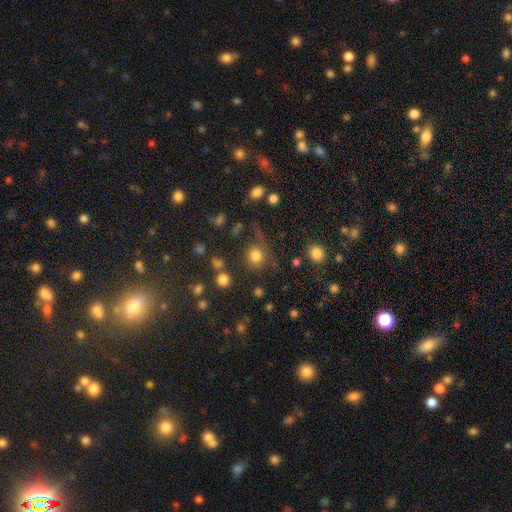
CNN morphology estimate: The model was most divided on "merging": none: 62%, minor disturbance: 16%, major disturbance: 14%, merger: 8%. More confident: how rounded — round (85%); smooth or featured — smooth (79%).